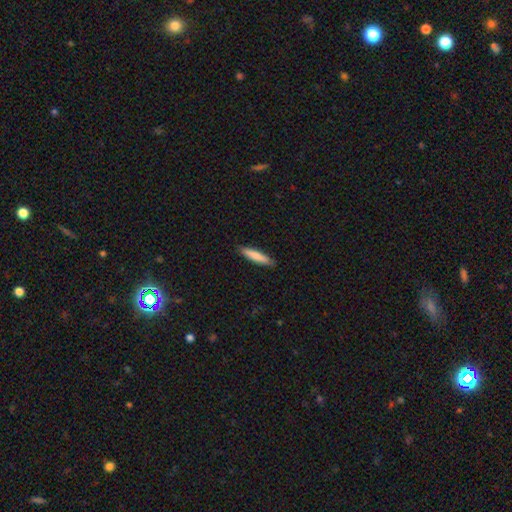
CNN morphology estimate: Overall: smooth (82%). How rounded: cigar-shaped (86%). Merging: none (88%).